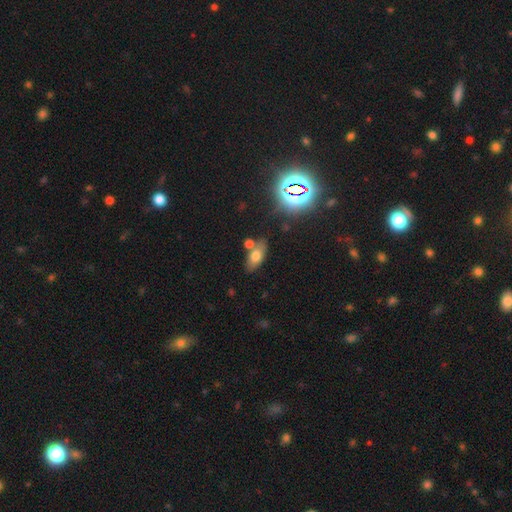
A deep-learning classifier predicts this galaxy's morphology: This appears to be a smooth galaxy with no disk features (68%) that is in between round and cigar-shaped (84%). Merging: none (64%).